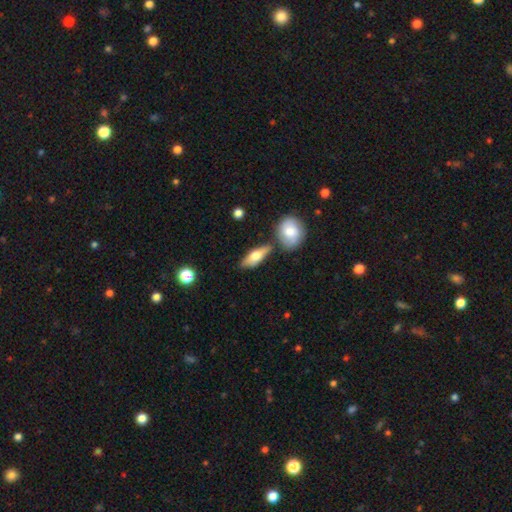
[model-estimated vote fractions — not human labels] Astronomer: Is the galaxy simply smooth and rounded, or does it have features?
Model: smooth — 61%.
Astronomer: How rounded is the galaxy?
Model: in between — 65%.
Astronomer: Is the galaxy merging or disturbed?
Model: none — 72%.